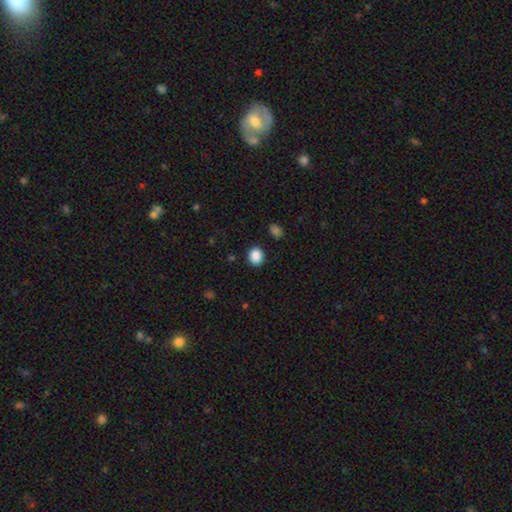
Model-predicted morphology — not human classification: smooth-or-featured: smooth: 88% | star or artifact: 9% | featured or disk: 3%
  how-rounded: round: 69% | in between: 31% | cigar-shaped: 1%
  merging: none: 89% | minor disturbance: 7% | major disturbance: 2% | merger: 2%